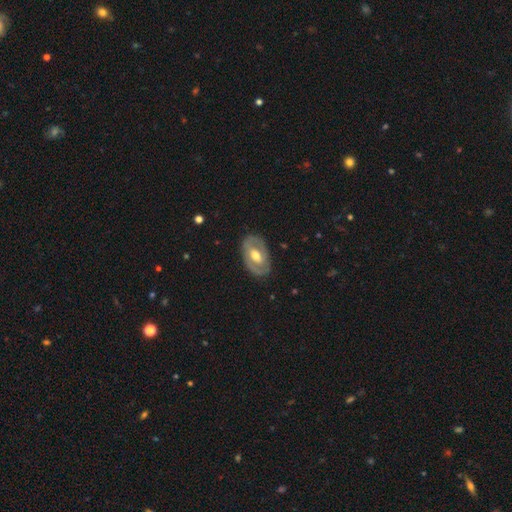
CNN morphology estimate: This appears to be a featured or disk galaxy (65%) with a weak bar (40%), no spiral arms (53%) and a moderate central bulge (68%). Merging: none (81%).